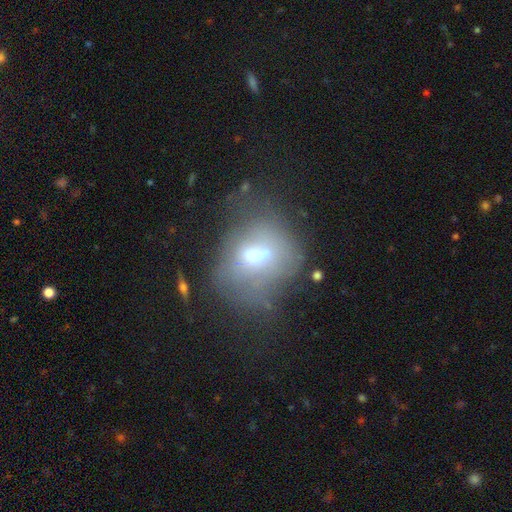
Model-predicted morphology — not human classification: type=smooth (49%); merging=none (40%).